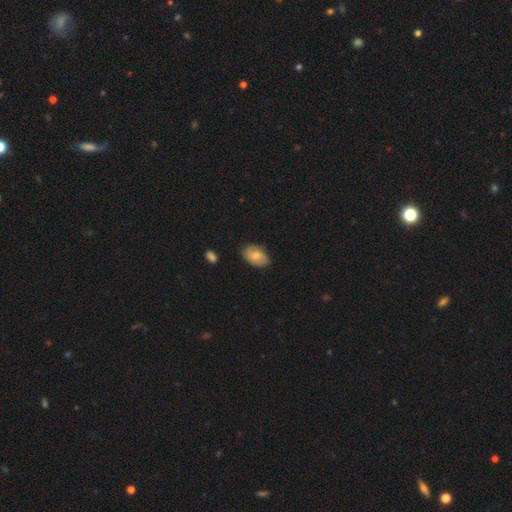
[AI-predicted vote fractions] Smooth or featured?
  - smooth: 65% *
  - featured or disk: 29%
  - star or artifact: 7%
How rounded?
  - in between: 87% *
  - round: 11%
  - cigar-shaped: 1%
Merging?
  - none: 78% *
  - minor disturbance: 18%
  - major disturbance: 3%
  - merger: 1%